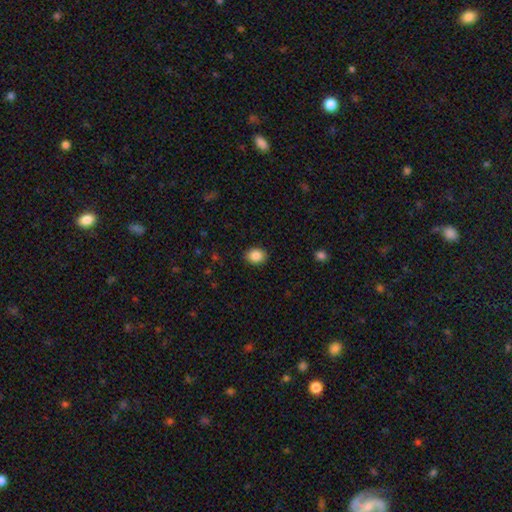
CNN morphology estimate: Smooth or featured? Predicted: smooth (p=0.87). How rounded? Predicted: in between (p=0.52). Merging? Predicted: none (p=0.90).